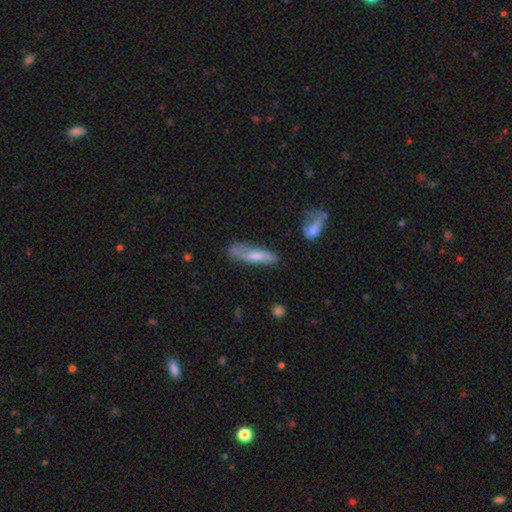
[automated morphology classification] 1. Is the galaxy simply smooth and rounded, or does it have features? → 50% featured or disk, 44% smooth, 7% star or artifact.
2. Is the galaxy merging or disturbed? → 63% none, 24% minor disturbance, 9% major disturbance, 4% merger.